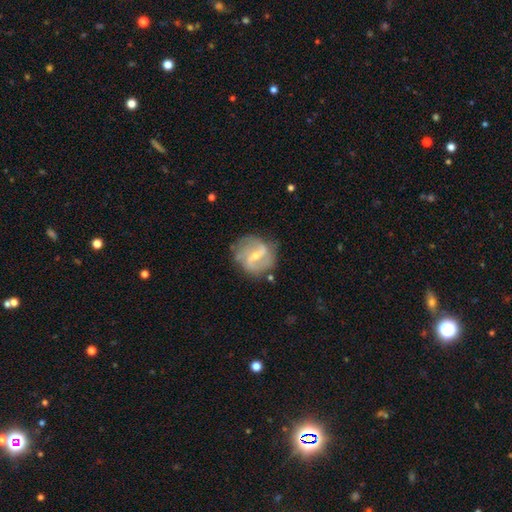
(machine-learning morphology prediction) featured or disk 85%, smooth 10%, star or artifact 5%. Down the decision tree: edge-on disk — no (97%); bar — weak (46%); spiral arms — yes (93%); spiral arm count — 2 (84%); spiral winding — medium (45%); bulge size — small (57%); merging — none (74%).